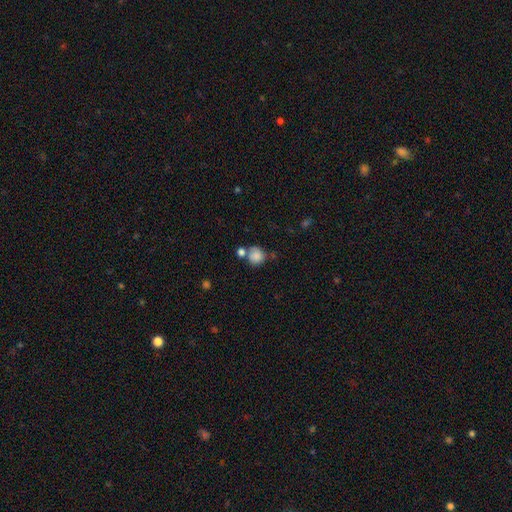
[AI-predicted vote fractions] Smooth or featured?
  - smooth: 84% *
  - star or artifact: 9%
  - featured or disk: 7%
How rounded?
  - round: 87% *
  - in between: 12%
  - cigar-shaped: 1%
Merging?
  - none: 55% *
  - merger: 25%
  - minor disturbance: 14%
  - major disturbance: 5%